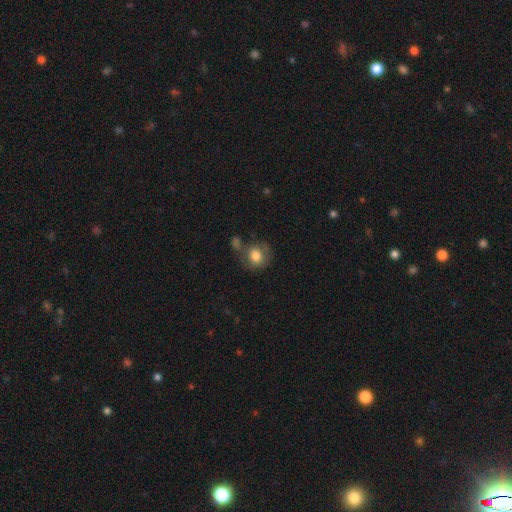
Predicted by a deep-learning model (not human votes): Overall: smooth (77%). How rounded: round (71%). Merging: none (53%; minor disturbance 19%).